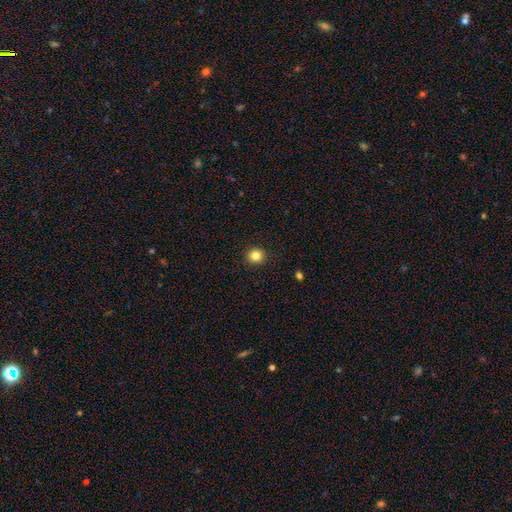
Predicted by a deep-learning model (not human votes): Smooth or featured: smooth — 83% (star or artifact — 11%)
How rounded: round — 87% (in between — 12%)
Merging: none — 92% (minor disturbance — 6%)